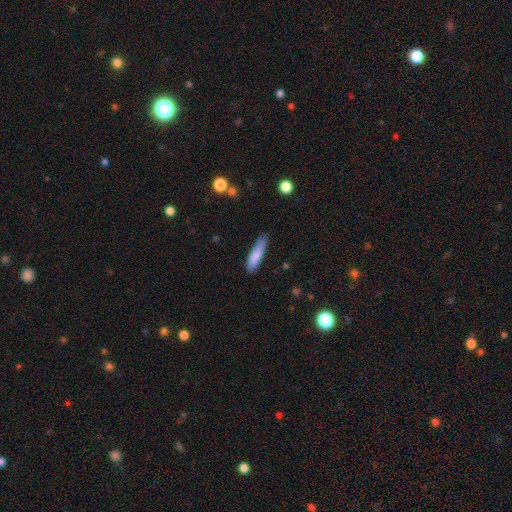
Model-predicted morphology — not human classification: smooth 84%, featured or disk 10%, star or artifact 6%. Down the decision tree: how rounded — cigar-shaped (76%); merging — none (77%).